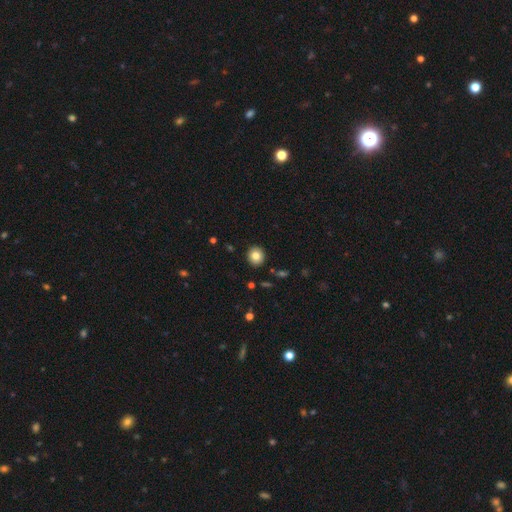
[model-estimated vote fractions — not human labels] Smooth or featured? smooth (80%)
How rounded? round (90%)
Merging? none (91%)